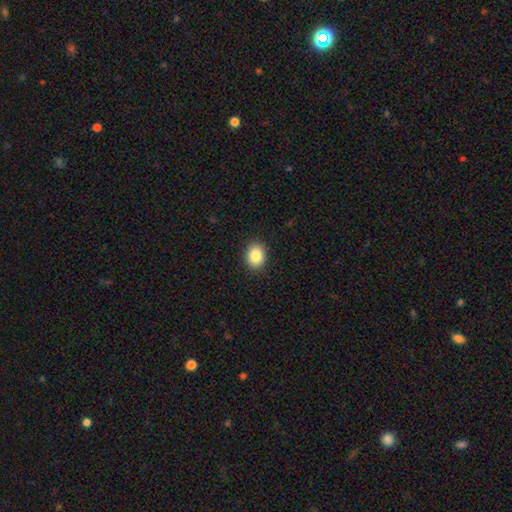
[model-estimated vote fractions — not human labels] Smooth or featured? Predicted: smooth (p=0.87). How rounded? Predicted: in between (p=0.58). Merging? Predicted: none (p=0.90).